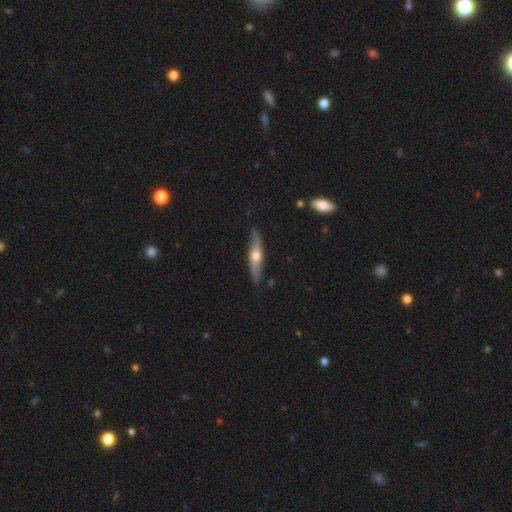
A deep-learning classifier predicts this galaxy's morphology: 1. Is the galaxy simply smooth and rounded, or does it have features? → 60% featured or disk, 34% smooth, 5% star or artifact.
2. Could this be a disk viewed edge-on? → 92% yes, 8% no.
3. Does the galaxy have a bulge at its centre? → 93% rounded, 4% none, 2% boxy.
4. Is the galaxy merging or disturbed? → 86% none, 11% minor disturbance, 2% major disturbance, 1% merger.